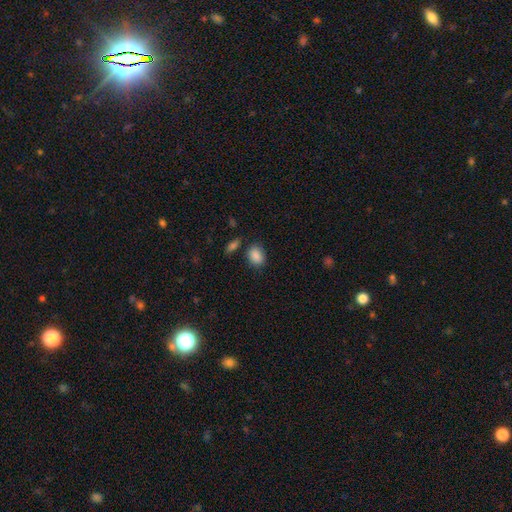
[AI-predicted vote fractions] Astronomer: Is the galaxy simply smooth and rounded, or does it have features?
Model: smooth — 88%.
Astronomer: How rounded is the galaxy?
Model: in between — 70%.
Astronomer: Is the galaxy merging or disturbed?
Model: none — 76%.